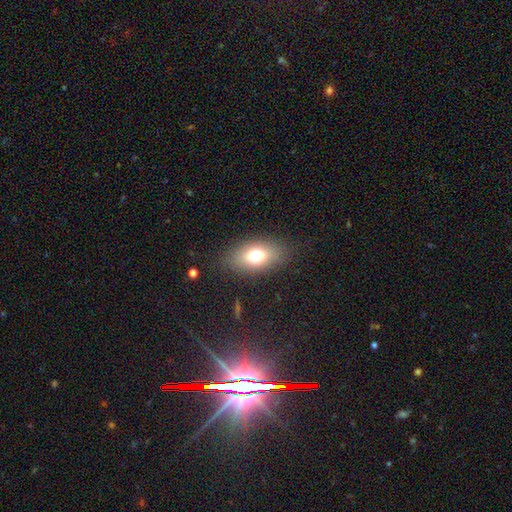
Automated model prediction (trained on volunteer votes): smooth_or_featured: smooth (p=0.72) [alt: featured or disk p=0.18]
how_rounded: in between (p=0.85) [alt: round p=0.10]
merging: none (p=0.82) [alt: minor disturbance p=0.12]